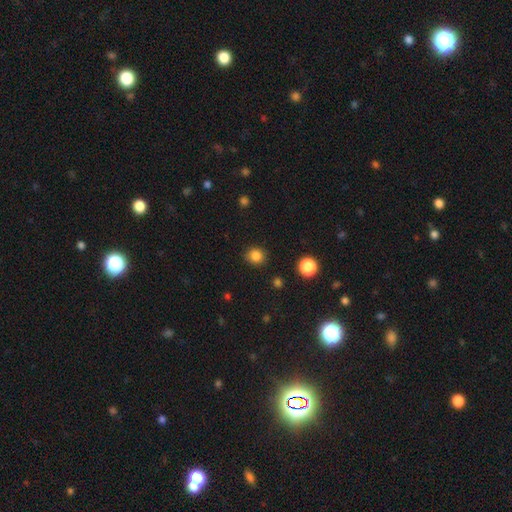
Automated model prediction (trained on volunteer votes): A smooth galaxy with no disk features (84%) that is round (86%).

Vote fractions:
- Smooth or featured? smooth: 84% / star or artifact: 12% / featured or disk: 4%
- How rounded? round: 86% / in between: 13% / cigar-shaped: 1%
- Merging? none: 88% / minor disturbance: 8% / major disturbance: 2% / merger: 1%